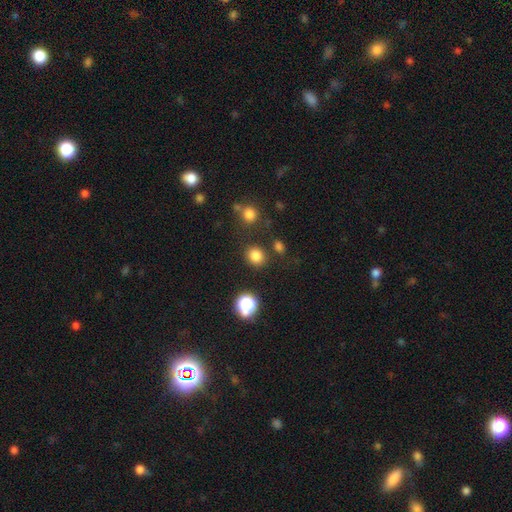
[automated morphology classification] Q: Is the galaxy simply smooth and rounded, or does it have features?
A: smooth — 80%.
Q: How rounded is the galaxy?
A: round — 74%.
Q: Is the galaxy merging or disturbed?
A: none — 82%.